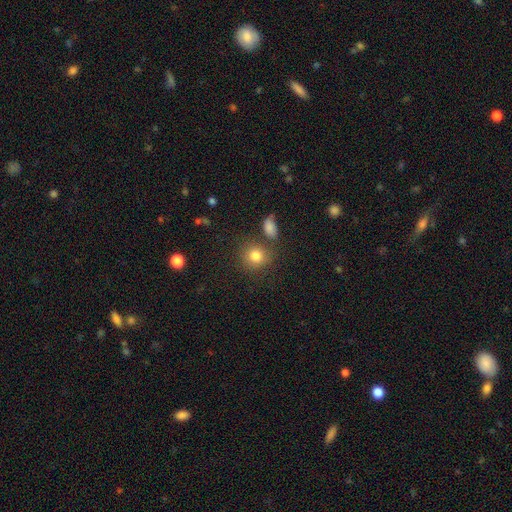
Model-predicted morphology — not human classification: type=smooth (81%); roundness=round (80%); merging=none (72%).